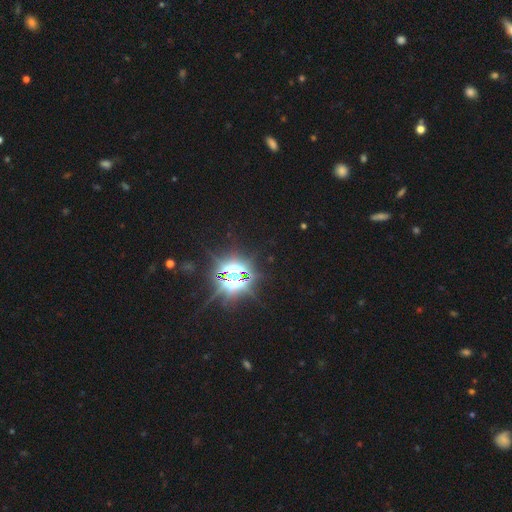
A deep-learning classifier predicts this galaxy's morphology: Smooth or featured?
  - star or artifact: 83% *
  - smooth: 12%
  - featured or disk: 5%